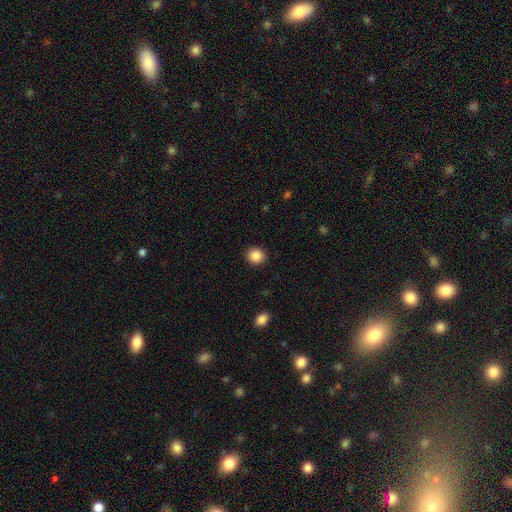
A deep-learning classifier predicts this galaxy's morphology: A smooth galaxy with no disk features (87%) that is round (91%).

Vote fractions:
- Smooth or featured? smooth: 87% / star or artifact: 10% / featured or disk: 3%
- How rounded? round: 91% / in between: 8% / cigar-shaped: 1%
- Merging? none: 92% / minor disturbance: 5% / major disturbance: 2% / merger: 1%